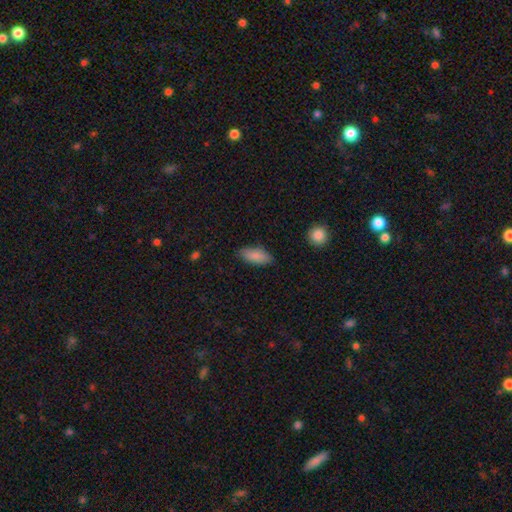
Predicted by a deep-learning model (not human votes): Smooth or featured? Predicted: smooth (p=0.86). How rounded? Predicted: in between (p=0.82). Merging? Predicted: none (p=0.82).